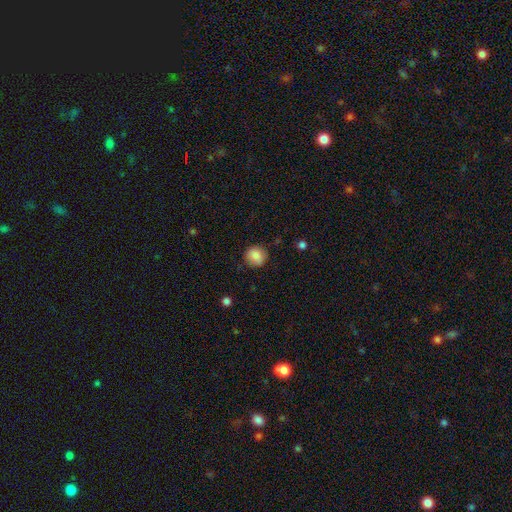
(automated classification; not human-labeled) The model was most divided on "merging": none: 82%, minor disturbance: 13%, major disturbance: 3%, merger: 1%. More confident: how rounded — round (87%); smooth or featured — smooth (86%).